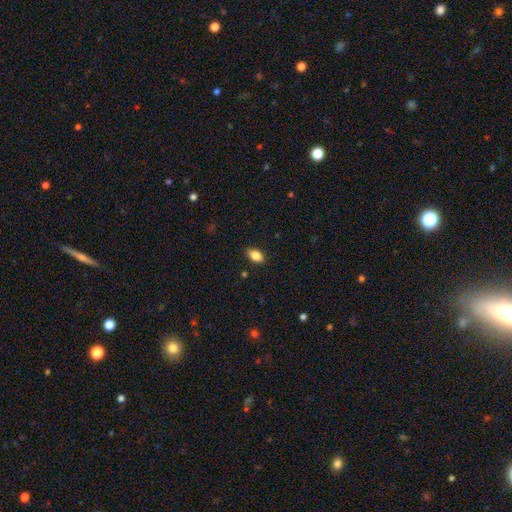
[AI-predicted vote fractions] This appears to be a smooth galaxy with no disk features (85%) that is in between round and cigar-shaped (88%). Merging: none (88%).